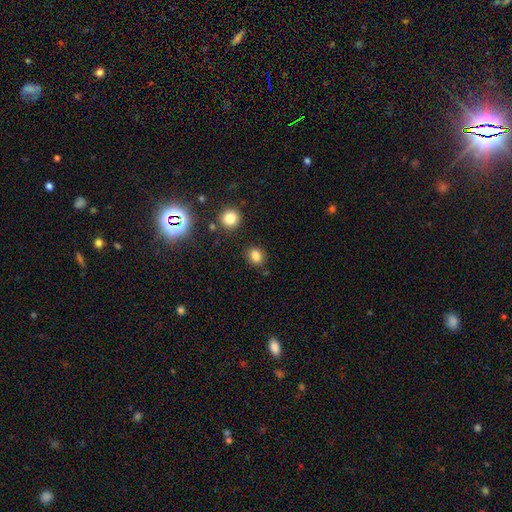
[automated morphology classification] smooth_or_featured: smooth (p=0.81) [alt: star or artifact p=0.13]
how_rounded: round (p=0.64) [alt: in between p=0.35]
merging: none (p=0.85) [alt: minor disturbance p=0.09]